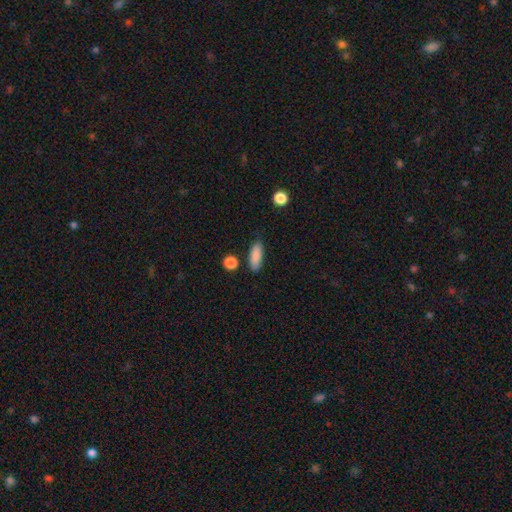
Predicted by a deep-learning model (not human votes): smooth-or-featured: smooth: 87% | star or artifact: 7% | featured or disk: 6%
  how-rounded: in between: 68% | cigar-shaped: 30% | round: 3%
  merging: none: 83% | minor disturbance: 12% | merger: 3% | major disturbance: 3%